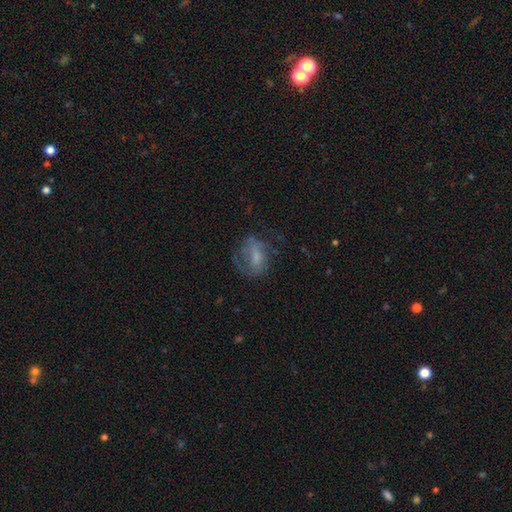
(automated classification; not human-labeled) A featured or disk galaxy (45%). Merging: none (49%).